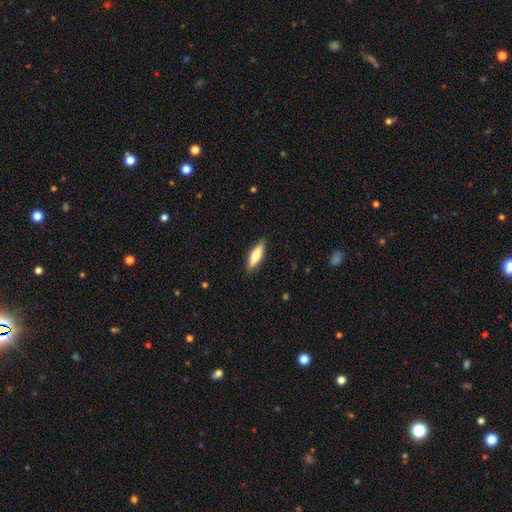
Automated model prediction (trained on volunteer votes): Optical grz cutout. It shows a smooth galaxy with no disk features (70%) that is cigar-shaped (54%). Merging: none (88%).